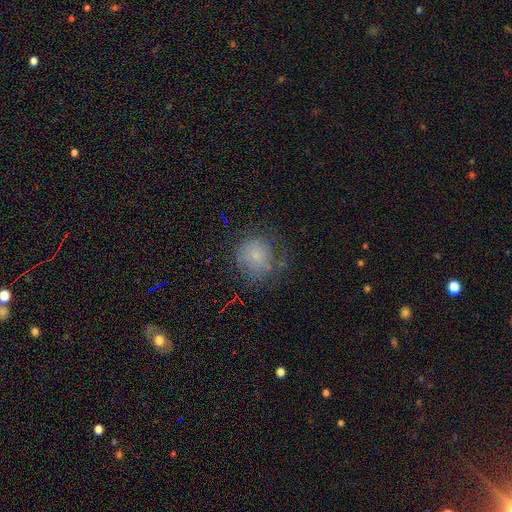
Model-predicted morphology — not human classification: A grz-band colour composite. It shows a smooth galaxy with no disk features (67%) that is round (83%). Merging: none (59%).